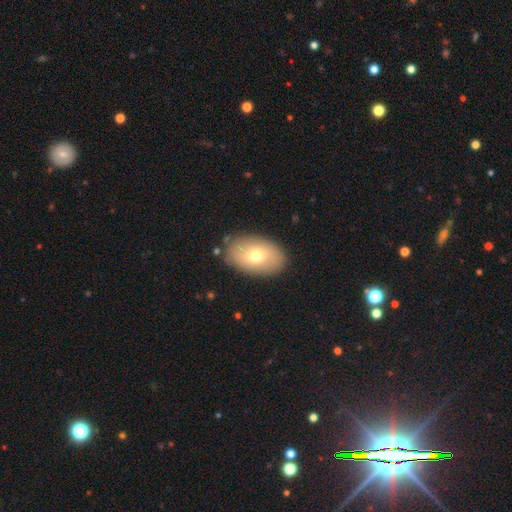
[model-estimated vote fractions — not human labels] smooth_or_featured: smooth (p=0.71) [alt: featured or disk p=0.21]
how_rounded: in between (p=0.88) [alt: round p=0.11]
merging: none (p=0.85) [alt: minor disturbance p=0.10]